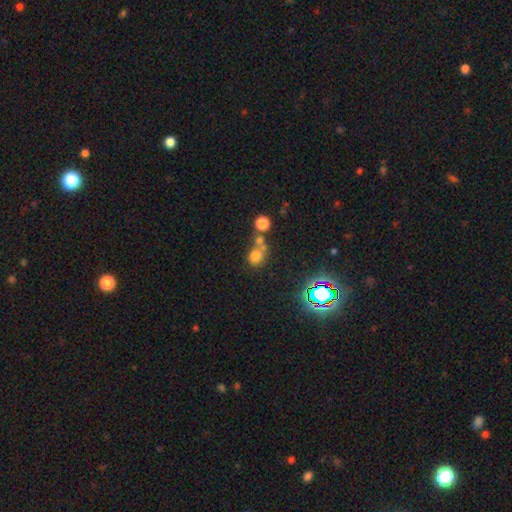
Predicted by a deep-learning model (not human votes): Smooth or featured: smooth — 69% (star or artifact — 19%)
How rounded: round — 70% (in between — 28%)
Merging: none — 43% (merger — 40%)